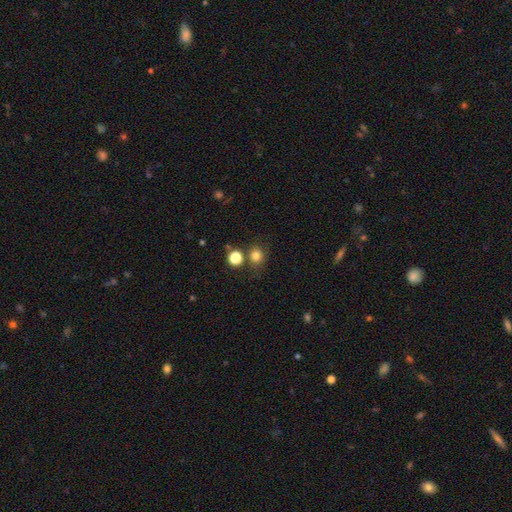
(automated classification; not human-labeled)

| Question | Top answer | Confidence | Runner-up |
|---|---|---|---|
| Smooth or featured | smooth | 79% | star or artifact (15%) |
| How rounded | round | 85% | in between (14%) |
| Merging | none | 75% | merger (11%) |